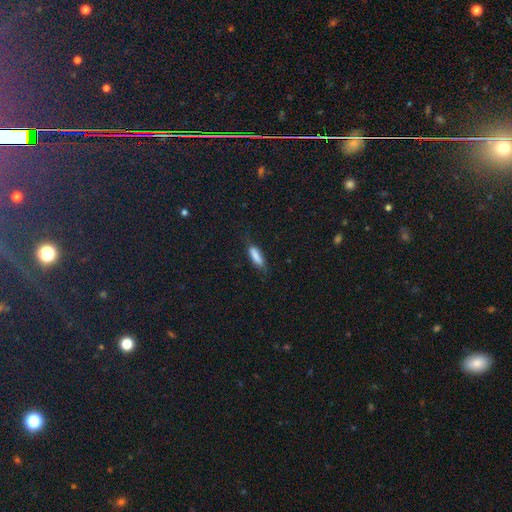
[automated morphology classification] Overall: smooth (81%). How rounded: cigar-shaped (57%; in between 41%). Merging: none (67%).